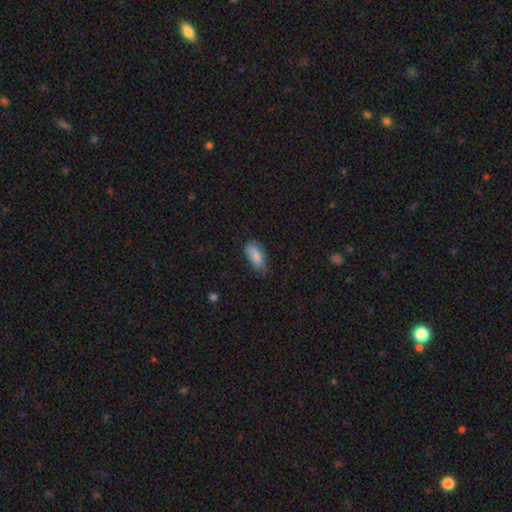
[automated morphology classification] Q: Smooth or featured?
A: smooth (85%); runner-up: featured or disk (8%)
Q: How rounded?
A: in between (86%); runner-up: cigar-shaped (12%)
Q: Merging?
A: none (60%); runner-up: minor disturbance (32%)